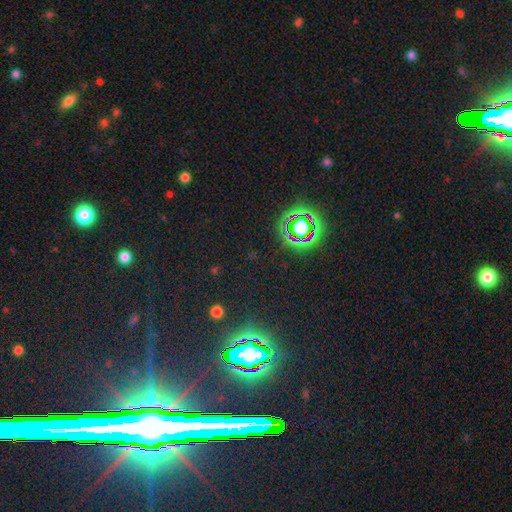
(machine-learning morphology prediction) This is likely a star or artifact rather than a galaxy (79%).